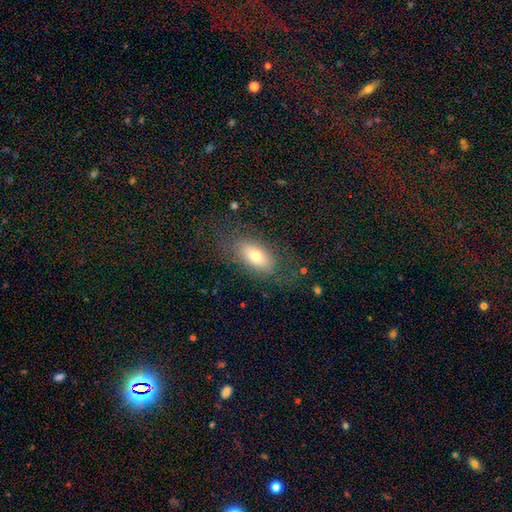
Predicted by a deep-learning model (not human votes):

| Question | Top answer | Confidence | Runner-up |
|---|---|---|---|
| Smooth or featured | smooth | 67% | featured or disk (25%) |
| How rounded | in between | 88% | cigar-shaped (7%) |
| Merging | none | 71% | minor disturbance (17%) |